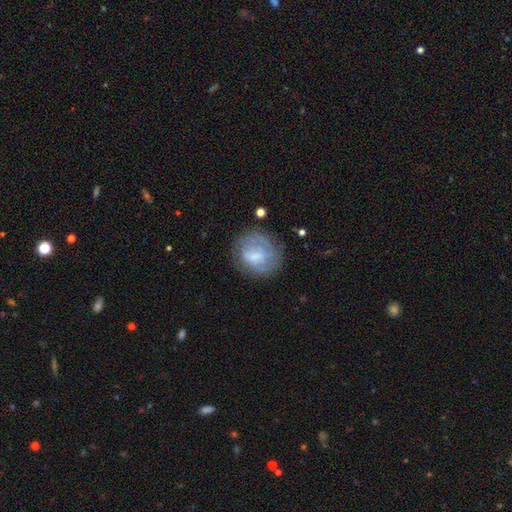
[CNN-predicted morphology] featured or disk 47%, smooth 44%, star or artifact 9%. Down the decision tree: merging — none (61%).